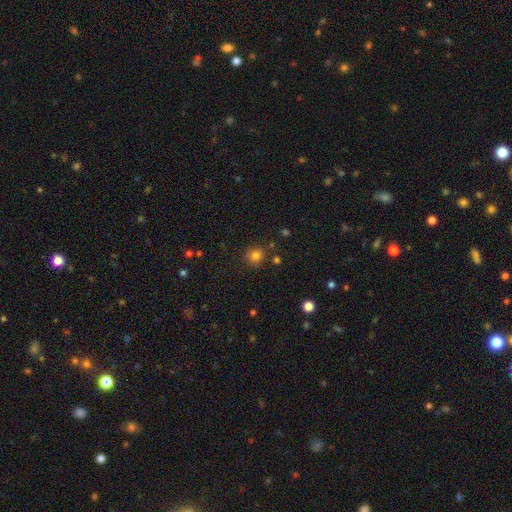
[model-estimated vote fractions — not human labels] Overall: smooth (78%). How rounded: round (80%). Merging: none (76%).